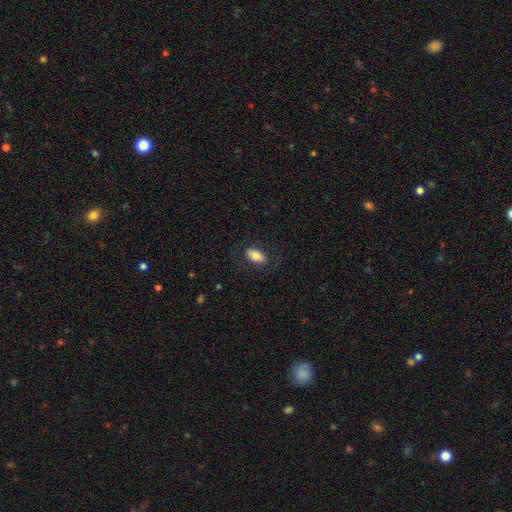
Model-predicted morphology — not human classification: Q: Smooth or featured?
A: smooth (80%); runner-up: featured or disk (13%)
Q: How rounded?
A: in between (92%); runner-up: round (6%)
Q: Merging?
A: none (83%); runner-up: minor disturbance (12%)